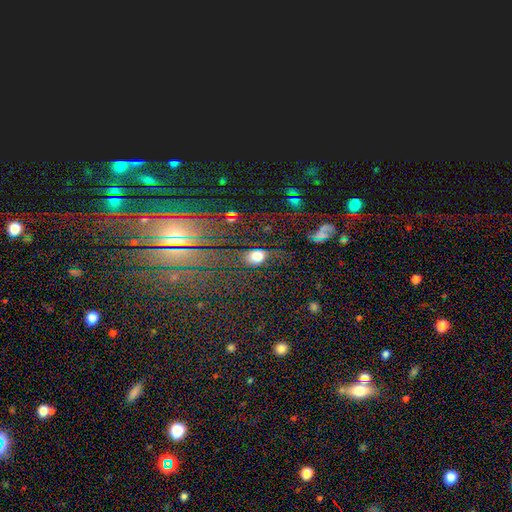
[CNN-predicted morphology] This appears to be a smooth galaxy with no disk features (63%) that is round (49%). Merging: none (59%).